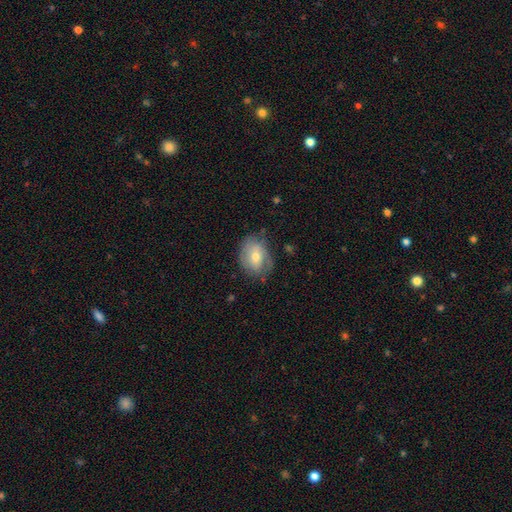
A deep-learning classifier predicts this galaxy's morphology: A smooth galaxy with no disk features (47%). Merging: none (67%).